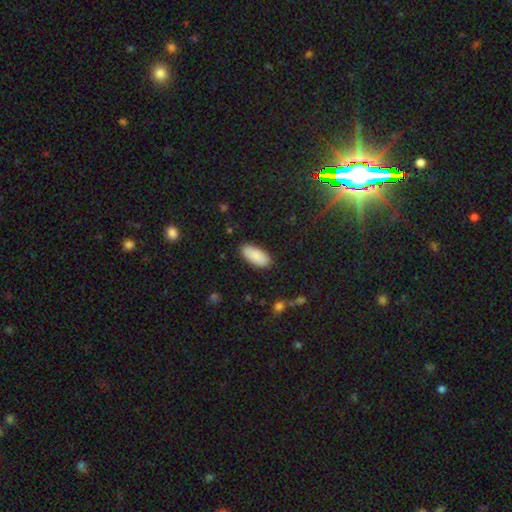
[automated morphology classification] This is clearly a smooth galaxy (87%). How rounded: clearly in between (90%). Merging: clearly none (86%).